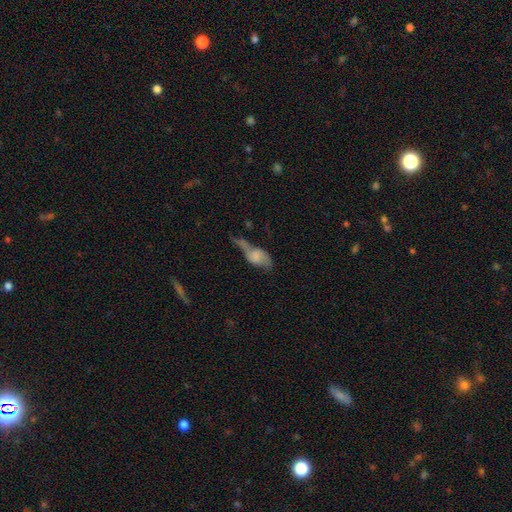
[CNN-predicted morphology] Smooth or featured?
  - smooth: 56% *
  - featured or disk: 33%
  - star or artifact: 10%
How rounded?
  - in between: 84% *
  - round: 8%
  - cigar-shaped: 7%
Merging?
  - major disturbance: 33% *
  - merger: 31%
  - minor disturbance: 18%
  - none: 18%